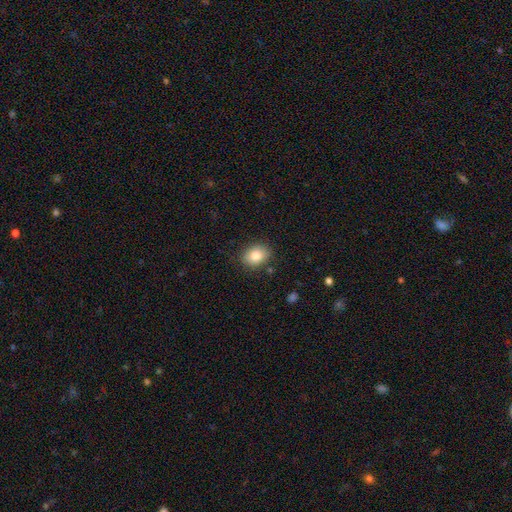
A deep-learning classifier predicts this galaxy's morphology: smooth-or-featured: smooth: 83% | star or artifact: 9% | featured or disk: 9%
  how-rounded: in between: 58% | round: 41% | cigar-shaped: 1%
  merging: none: 86% | minor disturbance: 10% | major disturbance: 3% | merger: 2%